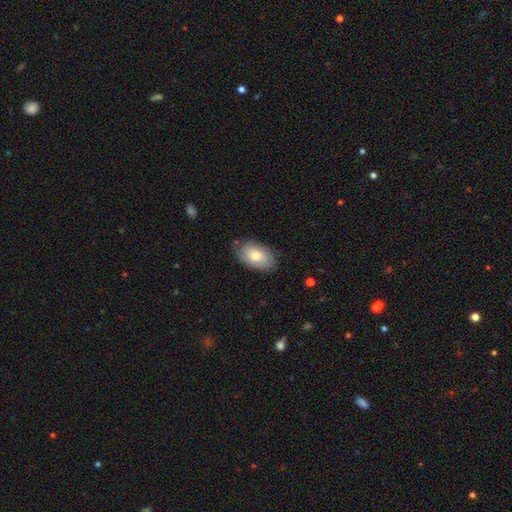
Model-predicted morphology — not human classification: Smooth or featured? smooth (72%)
How rounded? in between (93%)
Merging? none (78%)